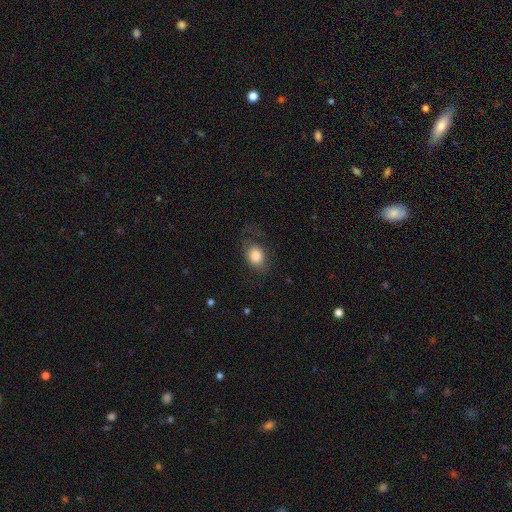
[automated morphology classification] smooth 79%, featured or disk 13%, star or artifact 8%. Down the decision tree: how rounded — in between (68%); merging — none (60%).